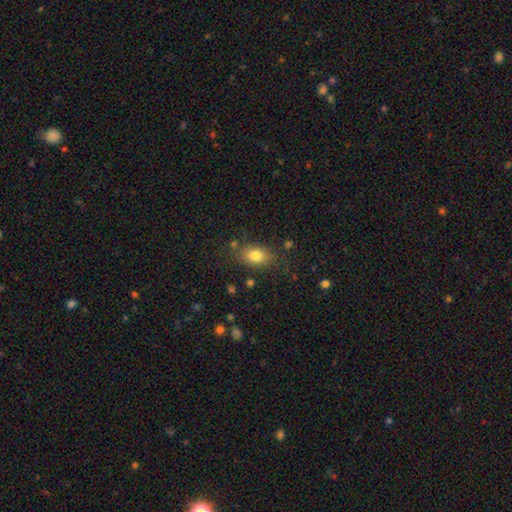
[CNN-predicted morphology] Smooth or featured? smooth (80%)
How rounded? in between (78%)
Merging? none (77%)